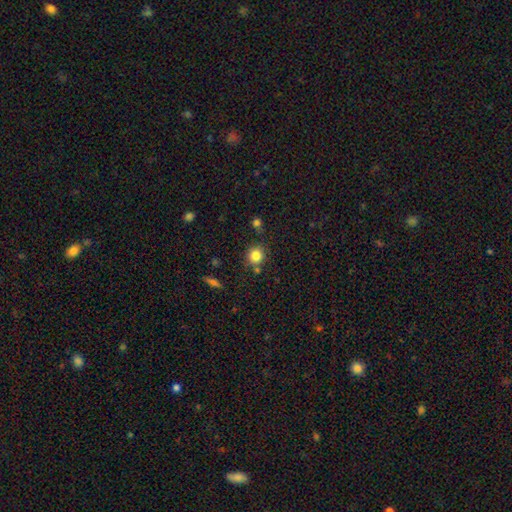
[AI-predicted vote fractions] A smooth galaxy with no disk features (83%) that is round (87%). Merging: none (78%).